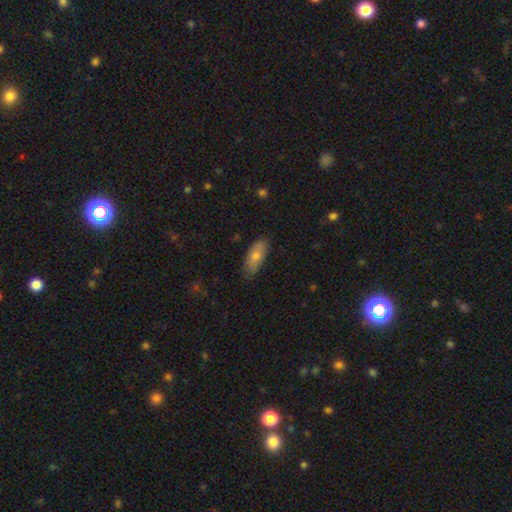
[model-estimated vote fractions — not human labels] Smooth or featured? Predicted: smooth (p=0.72). How rounded? Predicted: in between (p=0.78). Merging? Predicted: none (p=0.80).